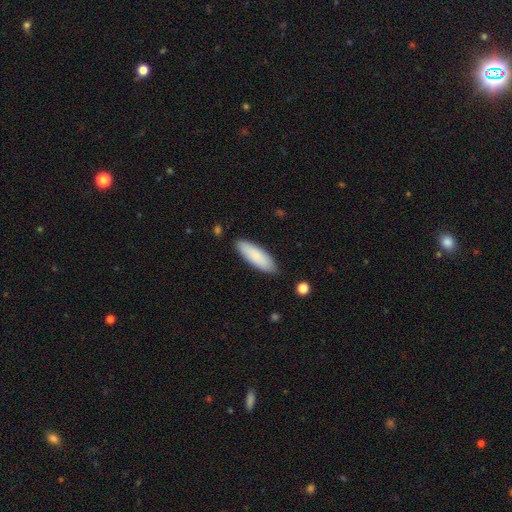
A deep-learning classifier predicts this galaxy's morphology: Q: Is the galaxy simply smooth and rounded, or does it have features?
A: smooth — 87%.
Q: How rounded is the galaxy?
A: in between — 55%.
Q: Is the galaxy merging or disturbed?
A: none — 87%.